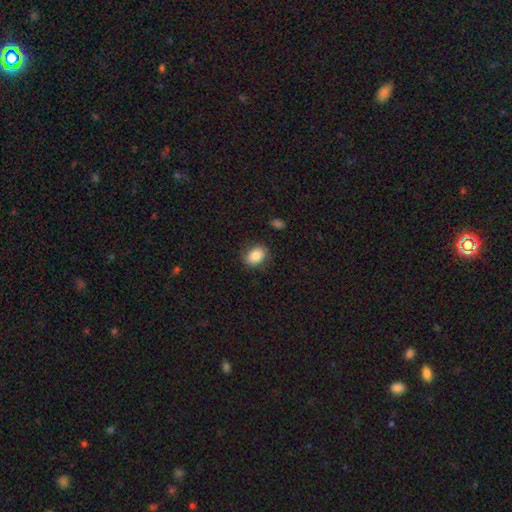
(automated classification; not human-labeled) Overall: smooth (84%). How rounded: in between (68%; round 31%). Merging: none (82%).